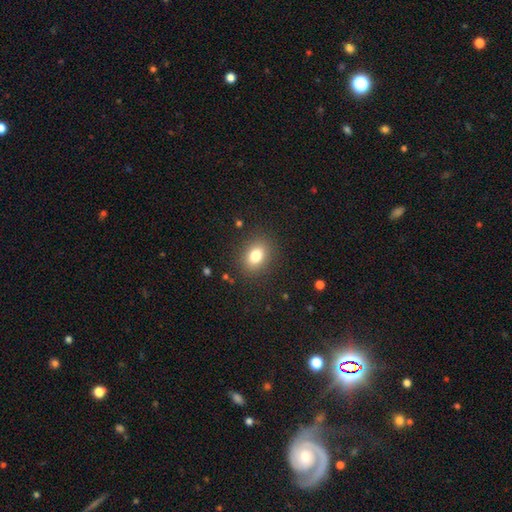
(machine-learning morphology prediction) Smooth or featured? smooth (80%)
How rounded? in between (59%)
Merging? none (86%)